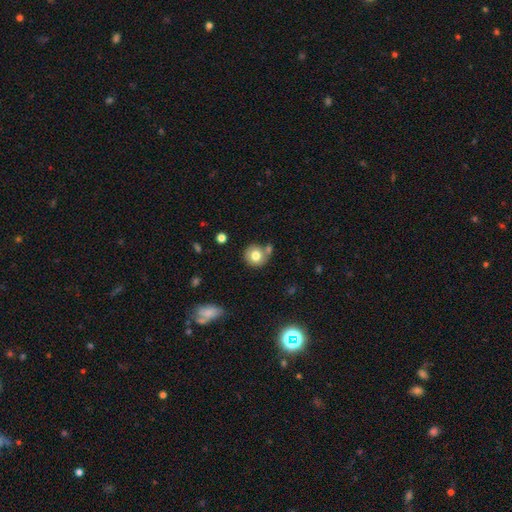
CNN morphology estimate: Overall: smooth (77%). How rounded: round (89%). Merging: none (65%).